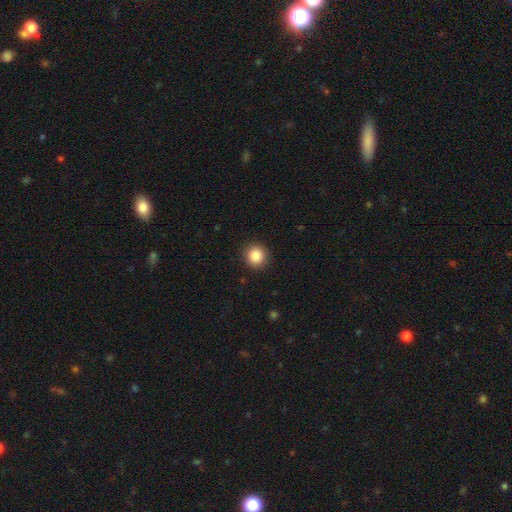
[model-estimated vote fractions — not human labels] Smooth or featured? smooth (87%)
How rounded? round (94%)
Merging? none (91%)